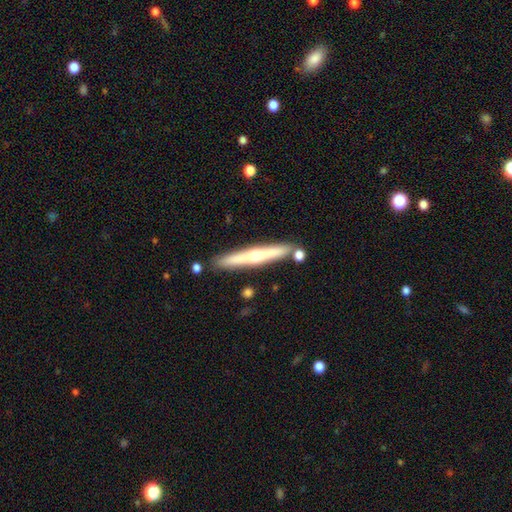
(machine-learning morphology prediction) Smooth or featured?
  - featured or disk: 58% *
  - smooth: 37%
  - star or artifact: 5%
Edge-on disk?
  - yes: 96% *
  - no: 4%
Edge-on bulge?
  - rounded: 82% *
  - none: 15%
  - boxy: 3%
Merging?
  - none: 85% *
  - minor disturbance: 8%
  - merger: 5%
  - major disturbance: 2%